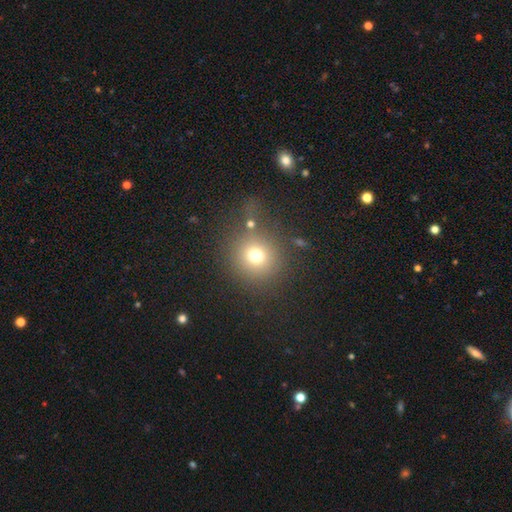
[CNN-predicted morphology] Smooth or featured? smooth (73%)
How rounded? round (91%)
Merging? none (74%)